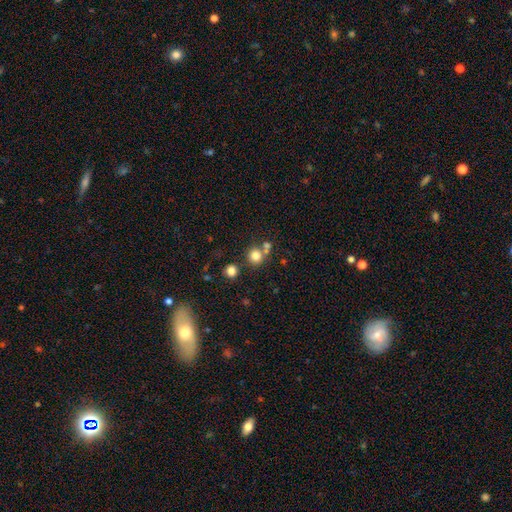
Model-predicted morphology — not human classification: smooth 79%, star or artifact 13%, featured or disk 8%. Down the decision tree: how rounded — round (91%); merging — none (68%).